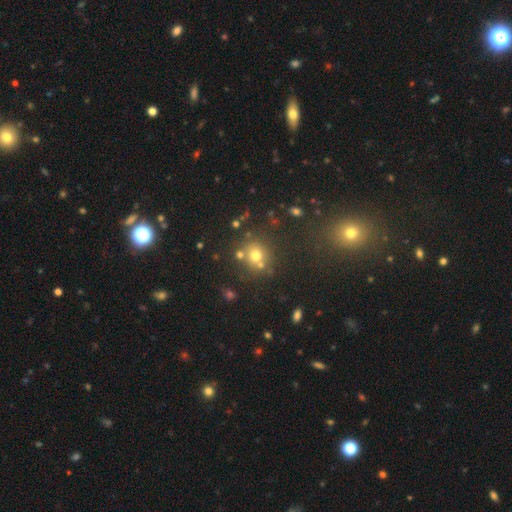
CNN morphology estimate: type=smooth (67%); roundness=round (85%); merging=none (66%).